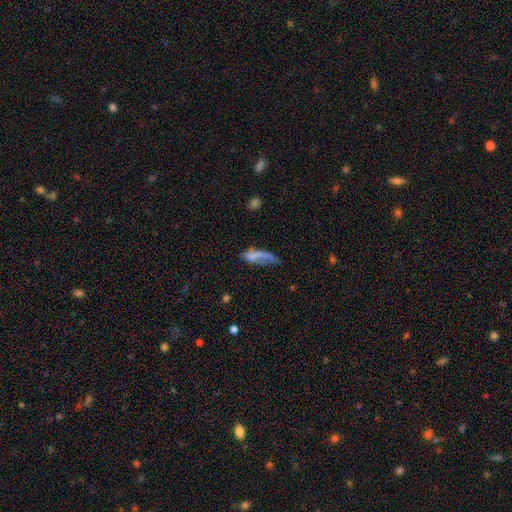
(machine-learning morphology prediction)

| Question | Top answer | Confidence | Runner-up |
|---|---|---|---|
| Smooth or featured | smooth | 61% | featured or disk (29%) |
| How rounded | in between | 58% | cigar-shaped (38%) |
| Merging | major disturbance | 41% | minor disturbance (25%) |